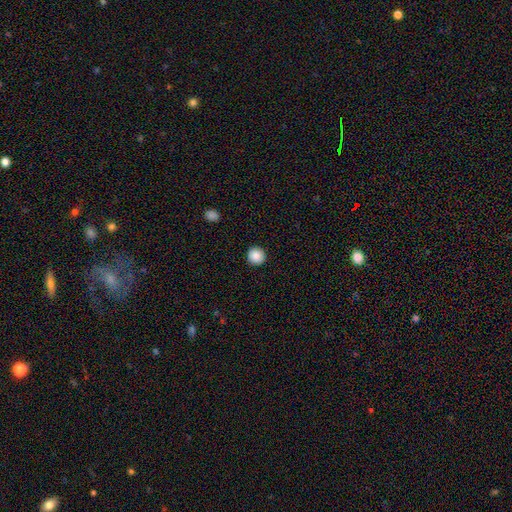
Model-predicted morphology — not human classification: A smooth galaxy with no disk features (87%) that is round (94%). Merging: none (93%).